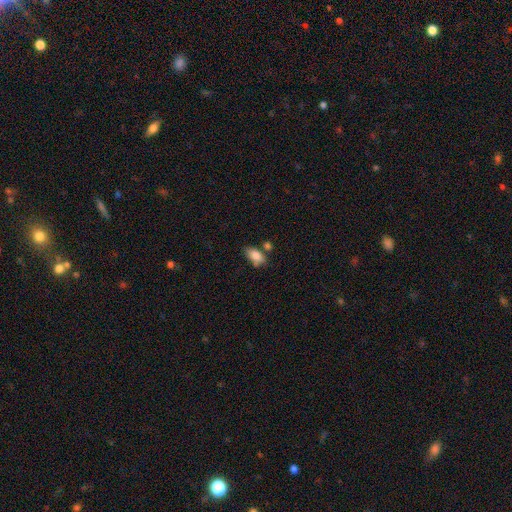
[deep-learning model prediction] smooth_or_featured: smooth (p=0.83) [alt: featured or disk p=0.09]
how_rounded: in between (p=0.91) [alt: round p=0.05]
merging: none (p=0.61) [alt: minor disturbance p=0.20]